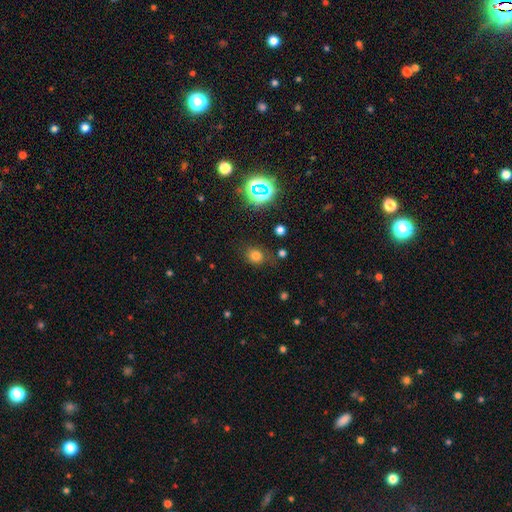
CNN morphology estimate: Smooth or featured?
  - smooth: 71% *
  - star or artifact: 22%
  - featured or disk: 7%
How rounded?
  - round: 64% *
  - in between: 35%
  - cigar-shaped: 1%
Merging?
  - none: 74% *
  - minor disturbance: 17%
  - major disturbance: 7%
  - merger: 3%